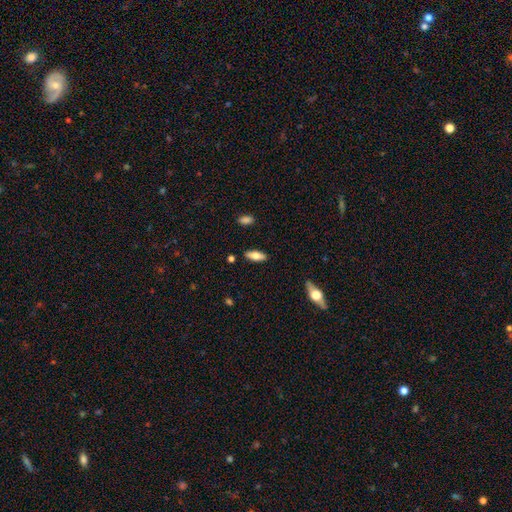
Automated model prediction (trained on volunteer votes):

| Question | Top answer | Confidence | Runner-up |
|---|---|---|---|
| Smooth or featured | smooth | 70% | featured or disk (23%) |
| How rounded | in between | 68% | cigar-shaped (30%) |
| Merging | none | 86% | minor disturbance (9%) |